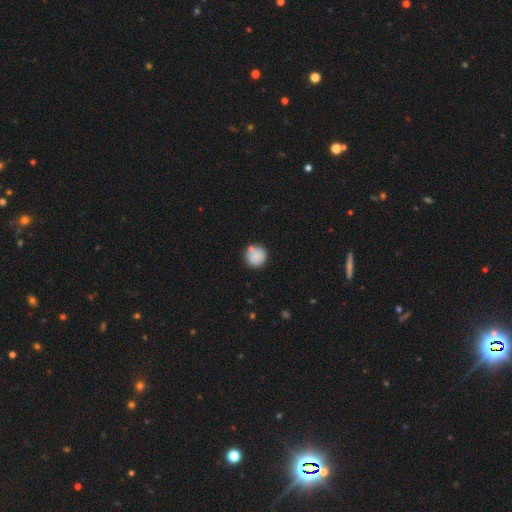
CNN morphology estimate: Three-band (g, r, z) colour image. It shows a smooth galaxy with no disk features (82%) that is round (92%). Merging: none (69%).